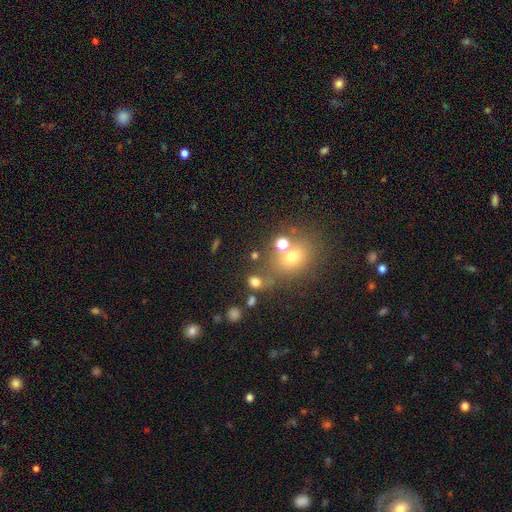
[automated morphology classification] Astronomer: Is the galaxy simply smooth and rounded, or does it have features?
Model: smooth — 58%.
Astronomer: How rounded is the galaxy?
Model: round — 64%.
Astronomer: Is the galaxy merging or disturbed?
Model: none — 58%.